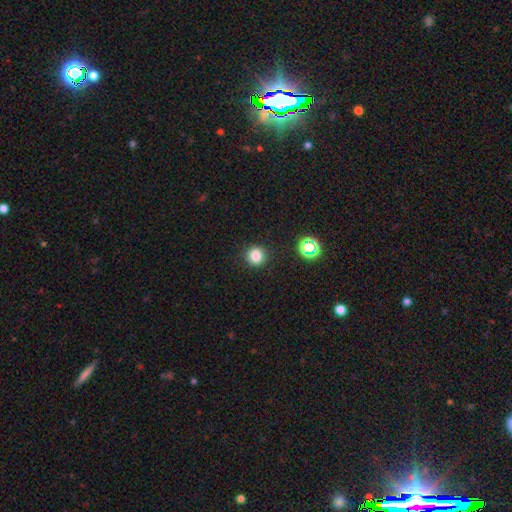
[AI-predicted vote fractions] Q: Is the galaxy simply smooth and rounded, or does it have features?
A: smooth — 81%.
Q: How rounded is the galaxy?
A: round — 83%.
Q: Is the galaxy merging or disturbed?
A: none — 88%.